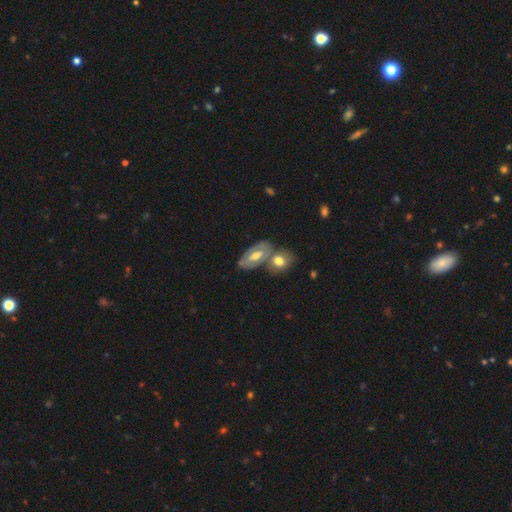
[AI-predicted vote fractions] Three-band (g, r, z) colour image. It shows a featured or disk galaxy (54%). Merging: none (45%).